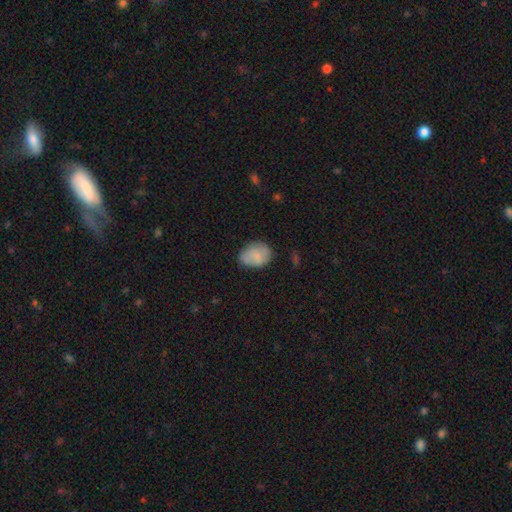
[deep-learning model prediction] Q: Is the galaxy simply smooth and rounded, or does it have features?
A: smooth — 80%.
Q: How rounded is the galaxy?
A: in between — 70%.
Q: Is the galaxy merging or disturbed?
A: none — 64%.